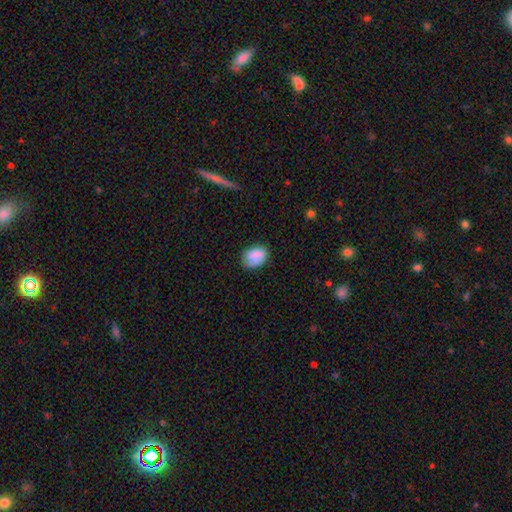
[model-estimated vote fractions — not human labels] smooth_or_featured: smooth (p=0.82) [alt: featured or disk p=0.10]
how_rounded: in between (p=0.70) [alt: round p=0.29]
merging: none (p=0.69) [alt: minor disturbance p=0.23]